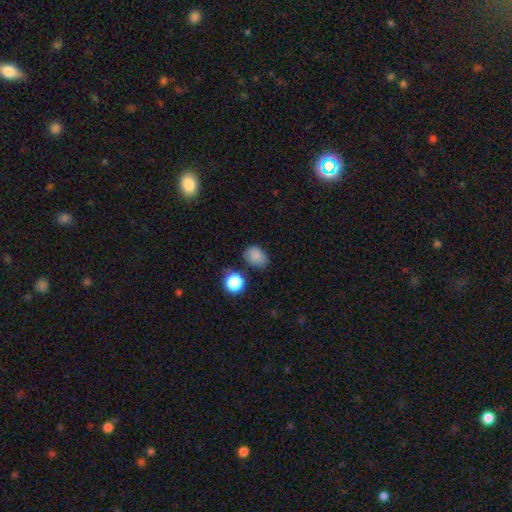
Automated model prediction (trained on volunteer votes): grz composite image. It shows a smooth galaxy with no disk features (84%) that is in between round and cigar-shaped (69%). Merging: none (69%).